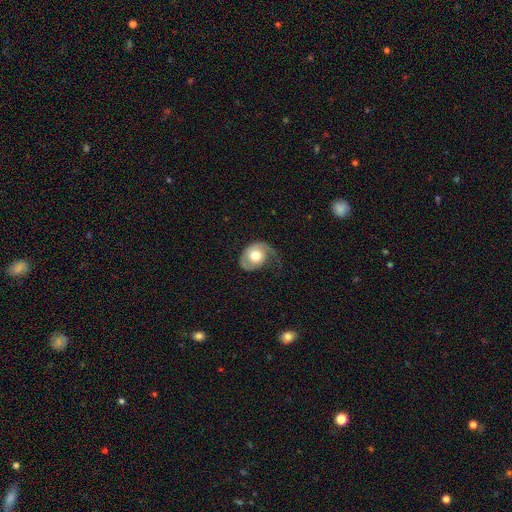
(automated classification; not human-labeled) smooth_or_featured: featured or disk (p=0.57) [alt: smooth p=0.38]
disk_edge_on: no (p=0.96) [alt: yes p=0.04]
bar: no (p=0.81) [alt: weak p=0.15]
has_spiral_arms: yes (p=0.81) [alt: no p=0.19]
bulge_size: moderate (p=0.59) [alt: large p=0.31]
merging: none (p=0.35) [alt: major disturbance p=0.34]